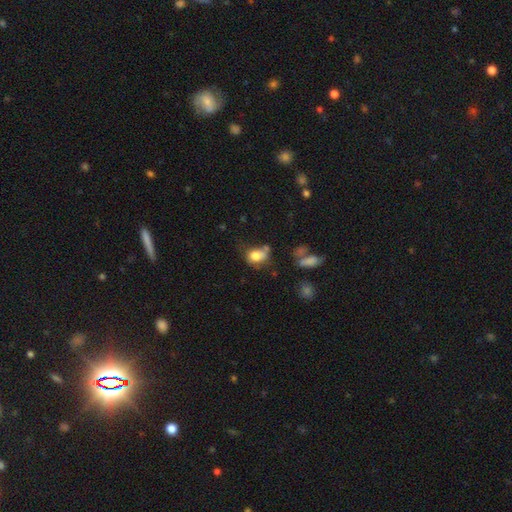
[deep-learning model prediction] This appears to be a smooth galaxy with no disk features (75%) that is in between round and cigar-shaped (57%). Merging: none (39%).